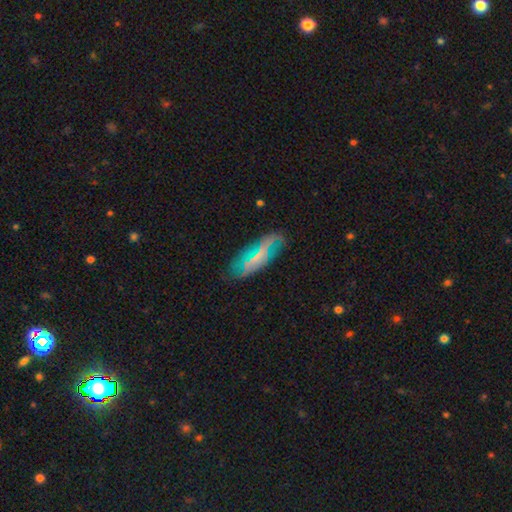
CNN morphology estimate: A featured or disk galaxy (60%).

Vote fractions:
- Smooth or featured? featured or disk: 60% / smooth: 31% / star or artifact: 9%
- Edge-on disk? no: 75% / yes: 25%
- Merging? none: 57% / minor disturbance: 26% / major disturbance: 14% / merger: 3%